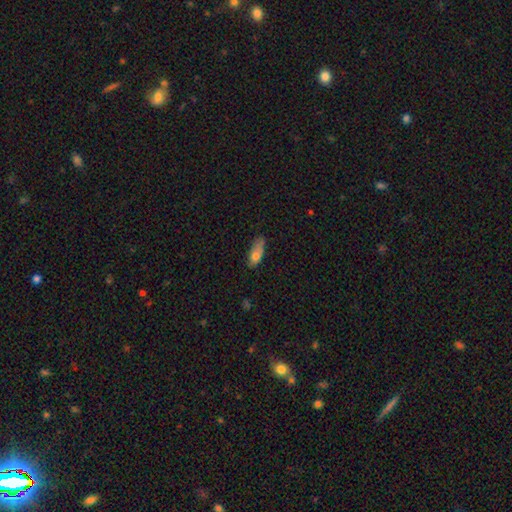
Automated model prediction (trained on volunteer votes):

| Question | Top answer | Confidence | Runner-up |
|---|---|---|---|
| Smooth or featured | smooth | 76% | featured or disk (15%) |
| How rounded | in between | 68% | cigar-shaped (28%) |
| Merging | none | 43% | minor disturbance (38%) |